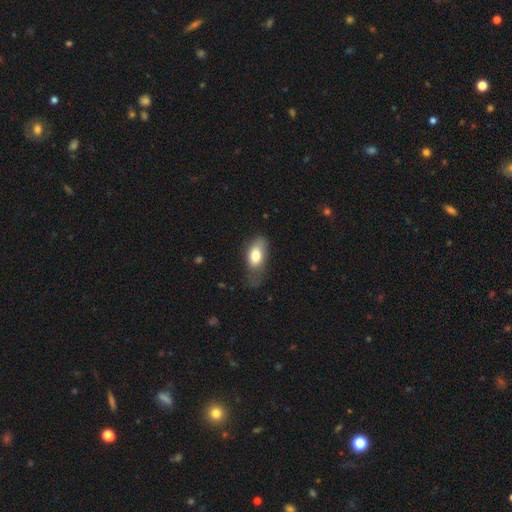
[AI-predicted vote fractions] This is likely a smooth galaxy (76%). How rounded: clearly in between (90%). Merging: marginally none (40%).